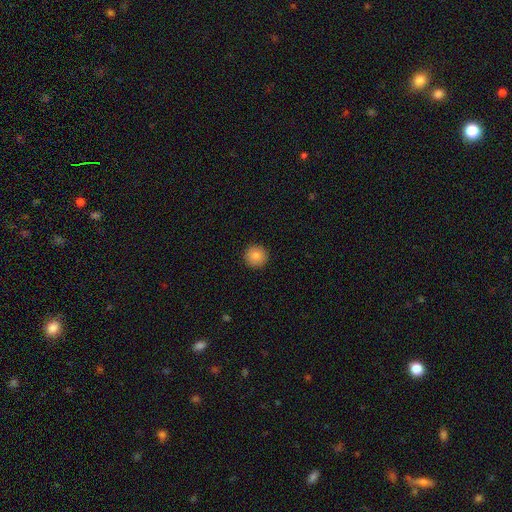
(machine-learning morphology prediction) A smooth galaxy with no disk features (85%) that is round (96%).

Vote fractions:
- Smooth or featured? smooth: 85% / star or artifact: 9% / featured or disk: 6%
- How rounded? round: 96% / in between: 3% / cigar-shaped: 1%
- Merging? none: 93% / minor disturbance: 5% / major disturbance: 1% / merger: 1%